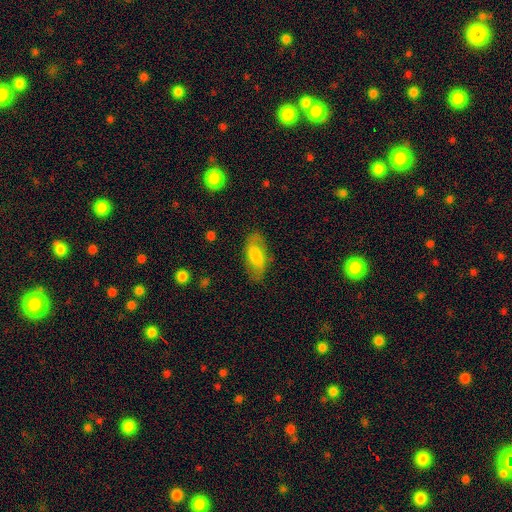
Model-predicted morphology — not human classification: A smooth galaxy with no disk features (63%) that is in between round and cigar-shaped (87%).

Vote fractions:
- Smooth or featured? smooth: 63% / featured or disk: 30% / star or artifact: 7%
- How rounded? in between: 87% / cigar-shaped: 10% / round: 3%
- Merging? none: 75% / minor disturbance: 17% / major disturbance: 7% / merger: 1%